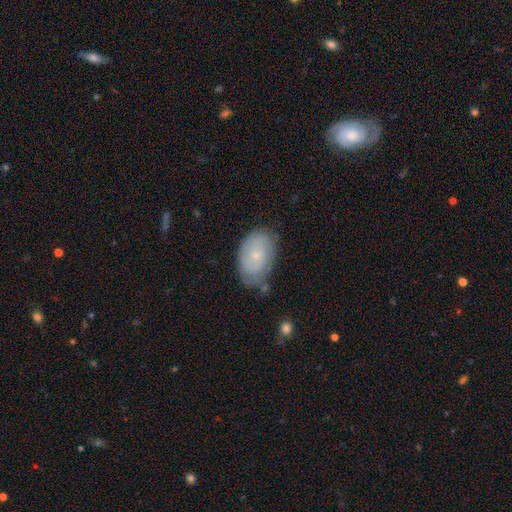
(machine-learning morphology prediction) Smooth or featured?
  - smooth: 58% *
  - featured or disk: 35%
  - star or artifact: 7%
How rounded?
  - in between: 88% *
  - round: 11%
  - cigar-shaped: 1%
Merging?
  - none: 65% *
  - minor disturbance: 26%
  - major disturbance: 6%
  - merger: 3%